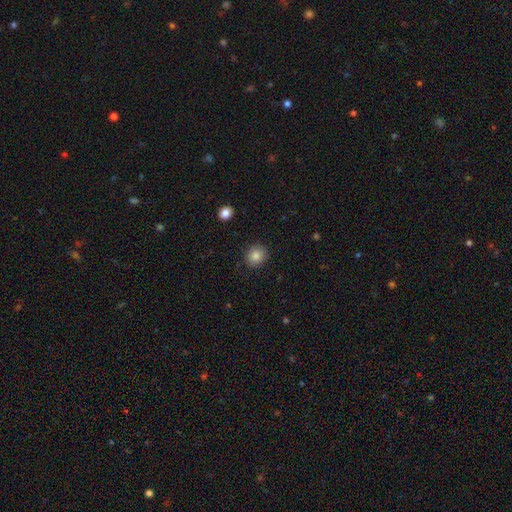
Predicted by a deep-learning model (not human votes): Smooth or featured: smooth — 85% (star or artifact — 9%)
How rounded: round — 80% (in between — 19%)
Merging: none — 88% (minor disturbance — 8%)